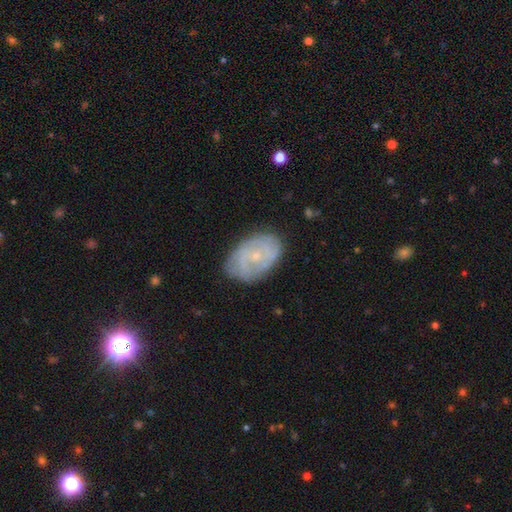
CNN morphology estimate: featured or disk 66%, smooth 26%, star or artifact 8%. Down the decision tree: edge-on disk — no (96%); bar — no (74%); spiral arms — yes (77%); bulge size — small (77%); merging — none (76%).